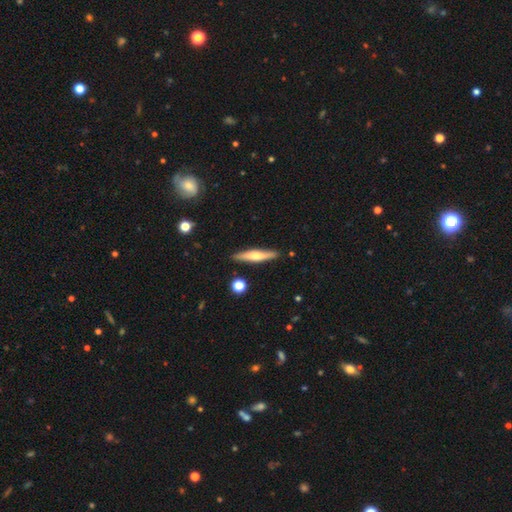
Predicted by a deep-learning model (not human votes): A smooth galaxy with no disk features (48%). Merging: none (89%).